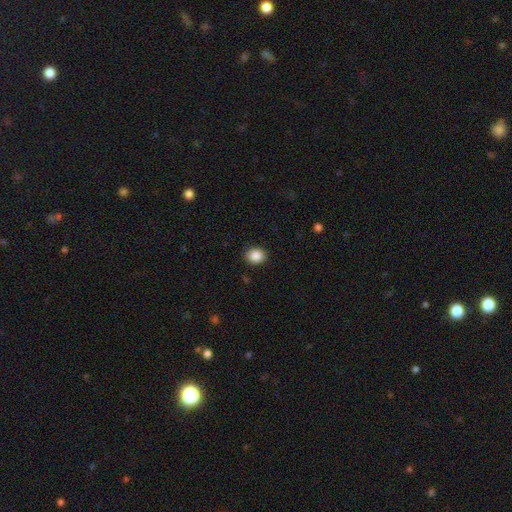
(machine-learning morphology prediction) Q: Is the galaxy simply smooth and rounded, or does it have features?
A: smooth — 88%.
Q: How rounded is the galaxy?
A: round — 61%.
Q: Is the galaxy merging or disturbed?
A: none — 89%.